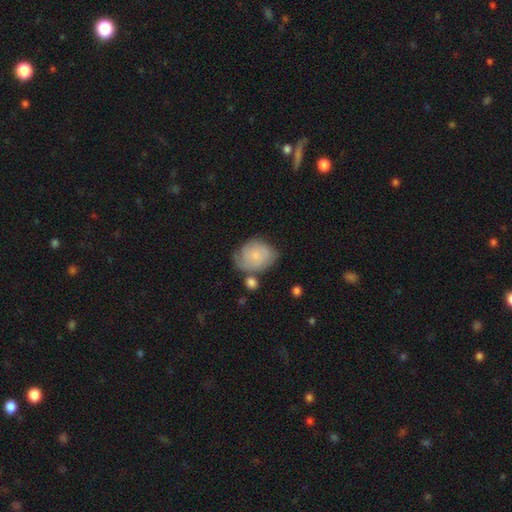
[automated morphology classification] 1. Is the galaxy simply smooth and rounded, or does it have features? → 61% smooth, 32% featured or disk, 7% star or artifact.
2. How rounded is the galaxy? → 50% in between, 49% round, 1% cigar-shaped.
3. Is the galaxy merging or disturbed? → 47% none, 30% minor disturbance, 12% major disturbance, 10% merger.